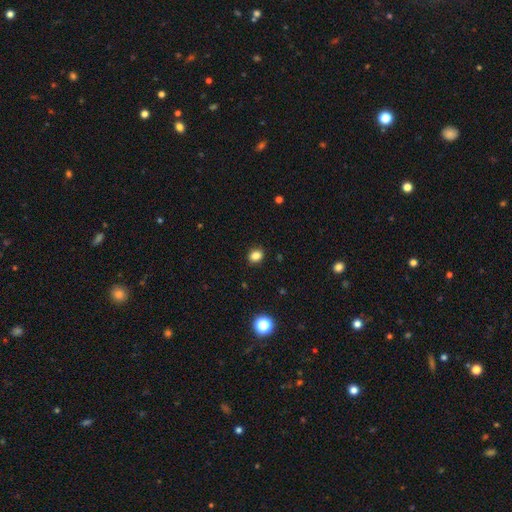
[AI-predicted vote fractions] smooth-or-featured: smooth: 85% | star or artifact: 11% | featured or disk: 4%
  how-rounded: round: 52% | in between: 47% | cigar-shaped: 1%
  merging: none: 89% | minor disturbance: 8% | major disturbance: 2% | merger: 1%